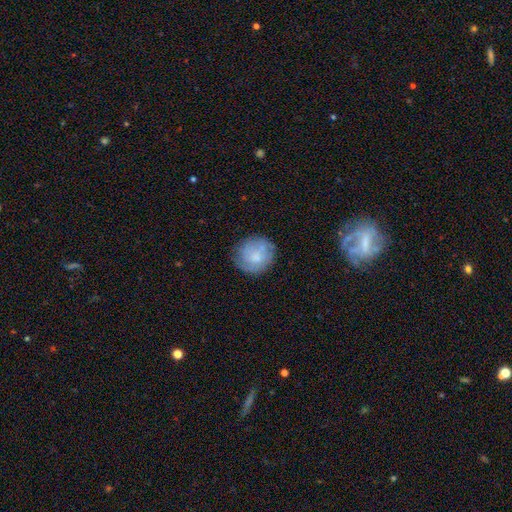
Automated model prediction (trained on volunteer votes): Smooth or featured? Predicted: smooth (p=0.66). How rounded? Predicted: round (p=0.87). Merging? Predicted: none (p=0.72).